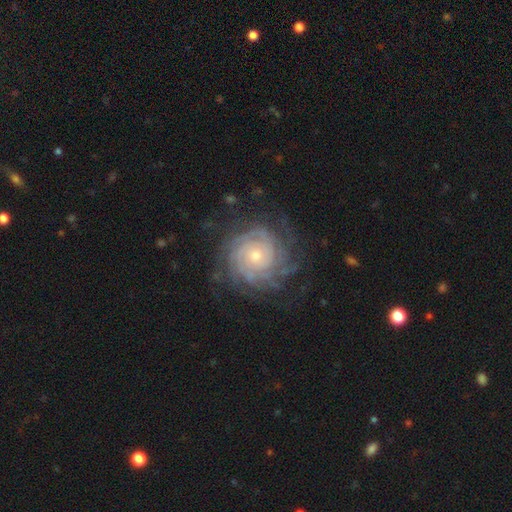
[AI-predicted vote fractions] Overall: featured or disk (86%). Edge-on disk: no (98%). Bar: no (80%). Spiral arms: yes (97%). Spiral arm count: can't tell (33%; 4 20%). Spiral winding: tight (83%). Bulge size: small (58%; moderate 37%). Merging: none (76%).